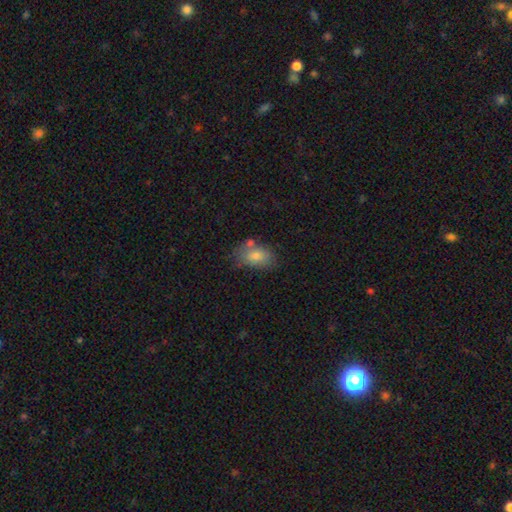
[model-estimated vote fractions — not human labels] smooth_or_featured: smooth (p=0.76) [alt: featured or disk p=0.14]
how_rounded: in between (p=0.86) [alt: round p=0.12]
merging: none (p=0.61) [alt: minor disturbance p=0.20]